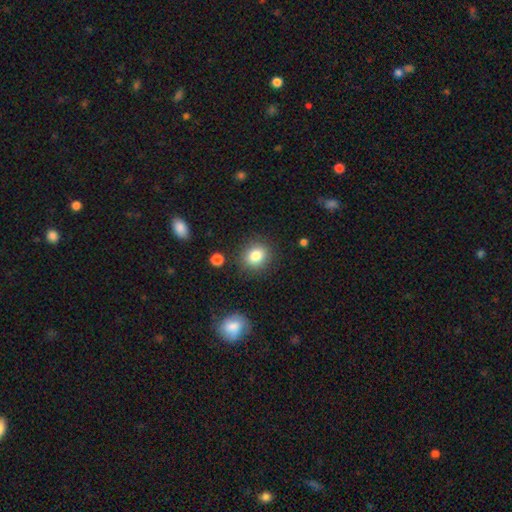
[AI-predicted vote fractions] smooth 83%, star or artifact 10%, featured or disk 7%. Down the decision tree: how rounded — round (74%); merging — none (86%).